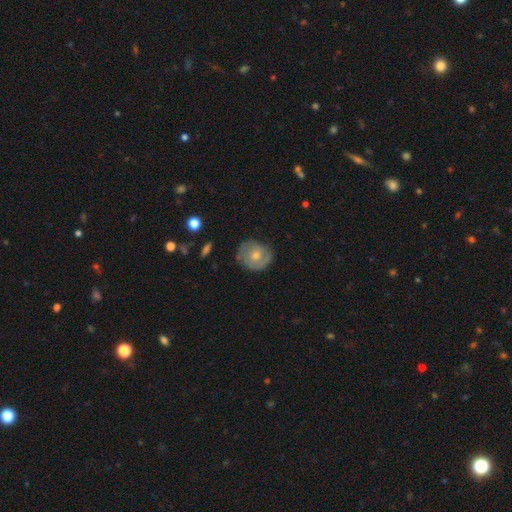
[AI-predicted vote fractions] A featured or disk galaxy (50%).

Vote fractions:
- Smooth or featured? featured or disk: 50% / smooth: 43% / star or artifact: 6%
- Edge-on disk? no: 96% / yes: 4%
- Merging? none: 71% / minor disturbance: 21% / major disturbance: 7% / merger: 2%